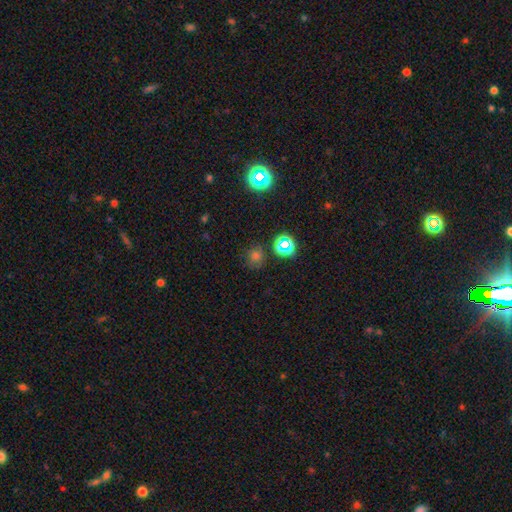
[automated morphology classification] A smooth galaxy with no disk features (62%) that is round (86%).

Vote fractions:
- Smooth or featured? smooth: 62% / star or artifact: 31% / featured or disk: 7%
- How rounded? round: 86% / in between: 13% / cigar-shaped: 1%
- Merging? none: 80% / minor disturbance: 12% / major disturbance: 4% / merger: 4%